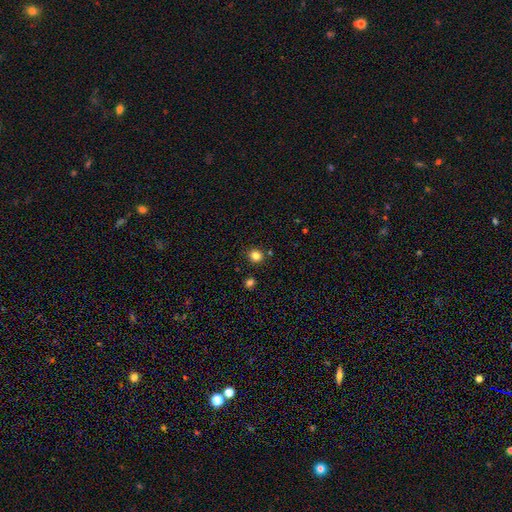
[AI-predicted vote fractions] Smooth or featured? smooth (83%)
How rounded? round (87%)
Merging? none (88%)